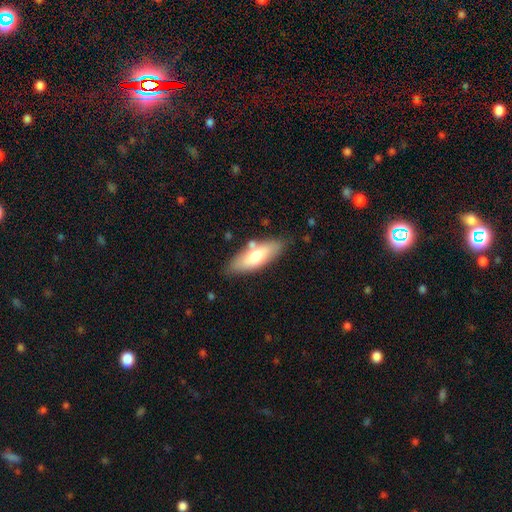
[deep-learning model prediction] The model was most divided on "how rounded": in between: 65%, cigar-shaped: 33%, round: 2%. More confident: merging — none (76%); smooth or featured — smooth (66%).